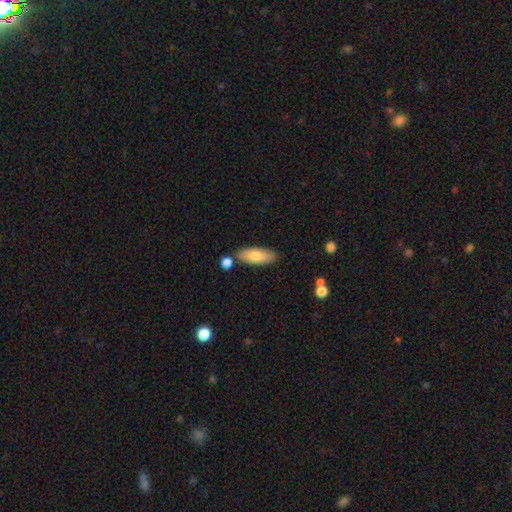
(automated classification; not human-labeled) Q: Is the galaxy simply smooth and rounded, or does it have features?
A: smooth — 75%.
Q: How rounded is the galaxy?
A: in between — 74%.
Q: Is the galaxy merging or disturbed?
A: none — 77%.